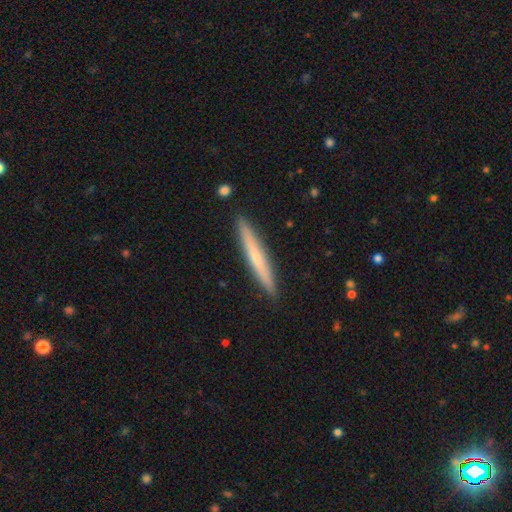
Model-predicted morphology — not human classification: Overall: smooth (50%; featured or disk 45%). Merging: none (91%).